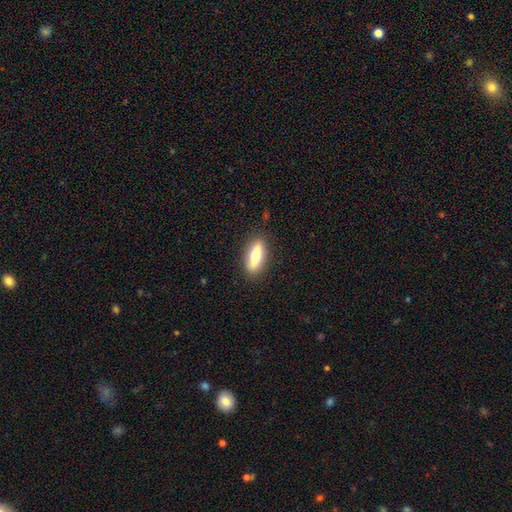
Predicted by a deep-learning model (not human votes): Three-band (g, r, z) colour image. It shows a smooth galaxy with no disk features (62%) that is cigar-shaped (51%). Merging: none (88%).